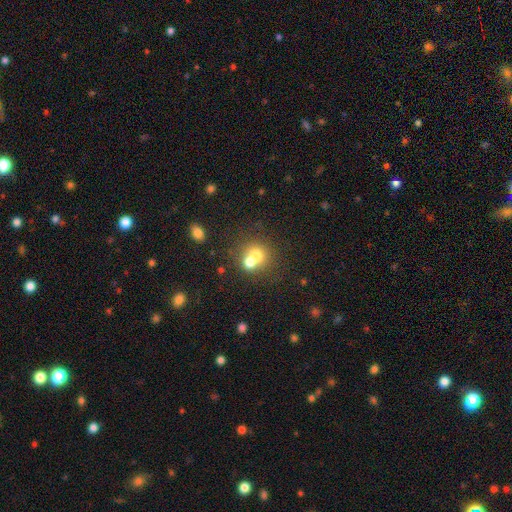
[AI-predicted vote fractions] Smooth or featured?
  - smooth: 67% *
  - featured or disk: 21%
  - star or artifact: 12%
How rounded?
  - round: 80% *
  - in between: 19%
  - cigar-shaped: 1%
Merging?
  - merger: 58% *
  - none: 34%
  - minor disturbance: 6%
  - major disturbance: 3%